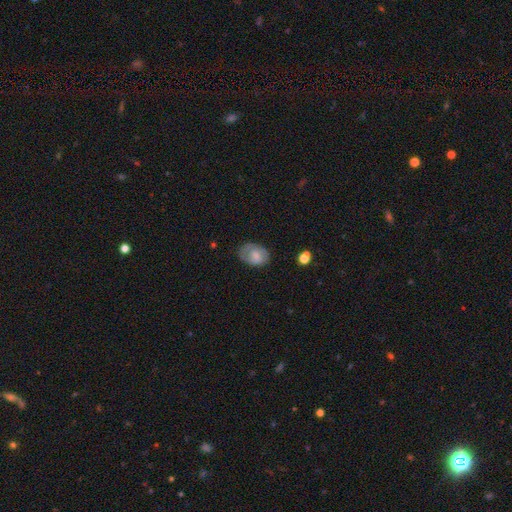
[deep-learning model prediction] Smooth or featured: smooth — 63% (featured or disk — 29%)
How rounded: in between — 80% (round — 19%)
Merging: none — 62% (minor disturbance — 26%)